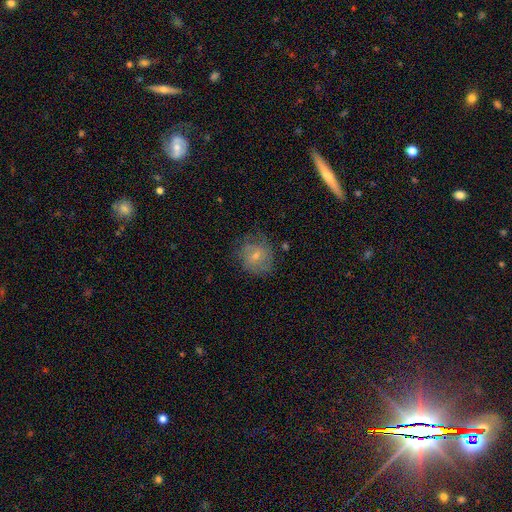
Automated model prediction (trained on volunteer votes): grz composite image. It shows a smooth galaxy with no disk features (52%) that is round (79%). Merging: none (63%).